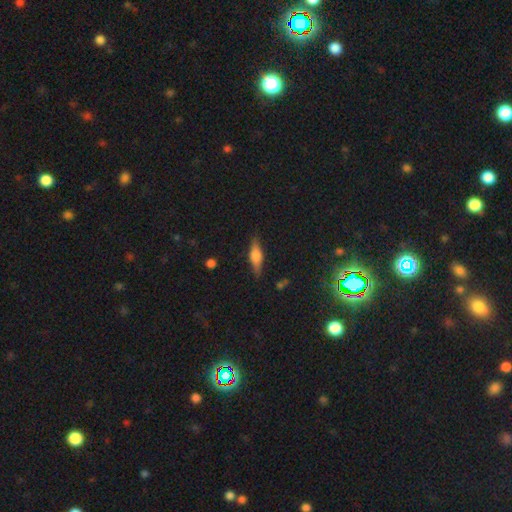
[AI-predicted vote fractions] Smooth or featured? featured or disk (52%)
Edge-on disk? yes (94%)
Merging? none (85%)